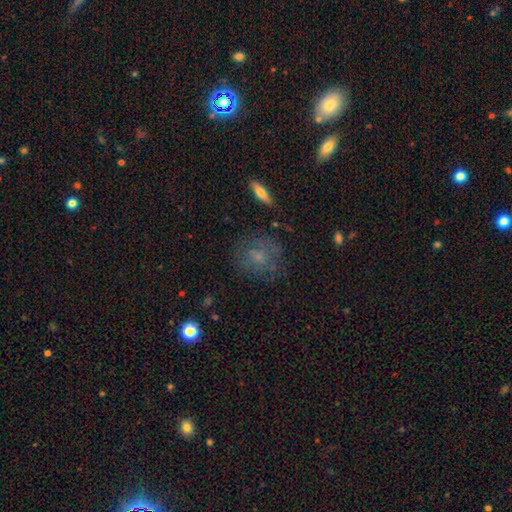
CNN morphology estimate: The model was most divided on "smooth or featured": smooth: 54%, featured or disk: 32%, star or artifact: 14%. More confident: how rounded — round (78%); merging — none (70%).